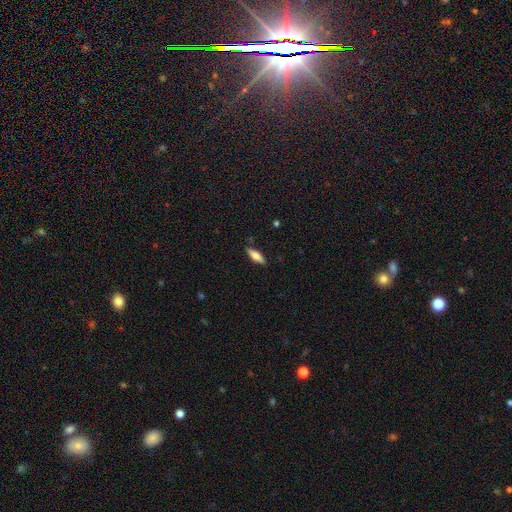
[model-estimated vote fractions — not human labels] This is likely a smooth galaxy (60%). How rounded: possibly in between (52%). Merging: clearly none (84%).